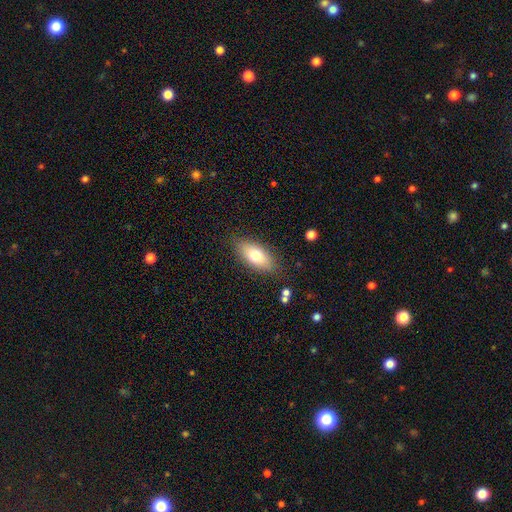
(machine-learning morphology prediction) type=smooth (73%); roundness=in between (86%); merging=none (83%).